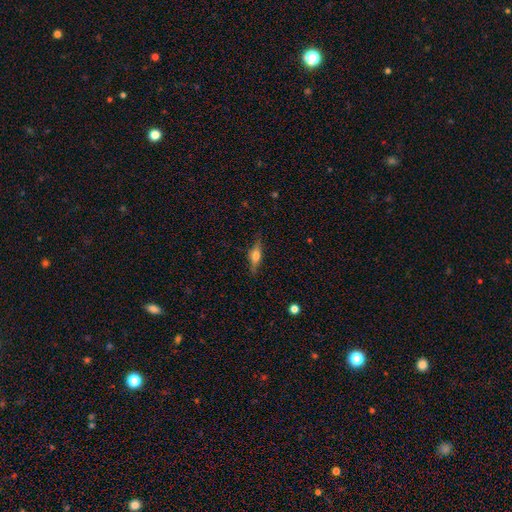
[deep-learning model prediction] A smooth galaxy with no disk features (50%) that is cigar-shaped (48%). Merging: none (80%).